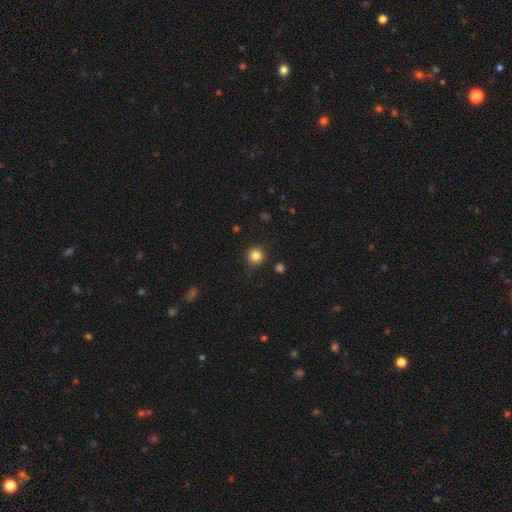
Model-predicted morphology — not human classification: smooth_or_featured: smooth (p=0.84) [alt: star or artifact p=0.12]
how_rounded: round (p=0.94) [alt: in between p=0.05]
merging: none (p=0.90) [alt: minor disturbance p=0.06]